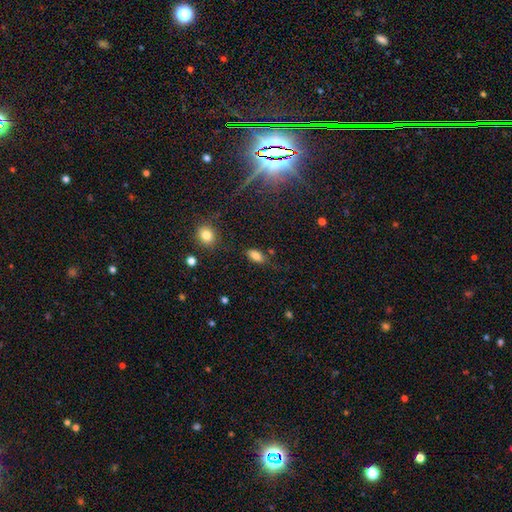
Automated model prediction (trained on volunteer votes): Morphology: type=smooth (82%); roundness=in between (89%); merging=none (74%).